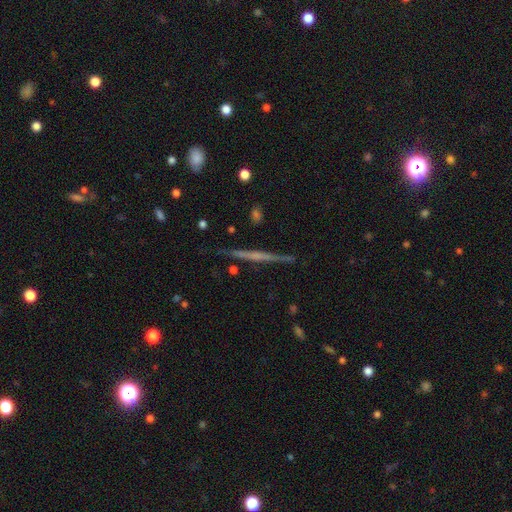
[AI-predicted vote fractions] Overall: featured or disk (69%). Edge-on disk: yes (98%). Edge-on bulge: none (64%; rounded 25%). Merging: none (89%).